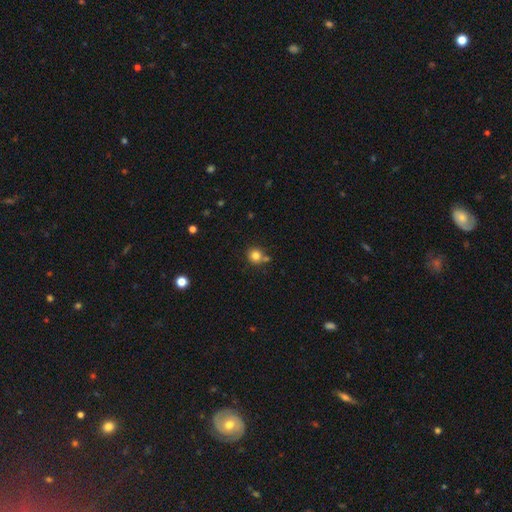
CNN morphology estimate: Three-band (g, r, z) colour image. It shows a smooth galaxy with no disk features (81%) that is round (91%). Merging: none (70%).